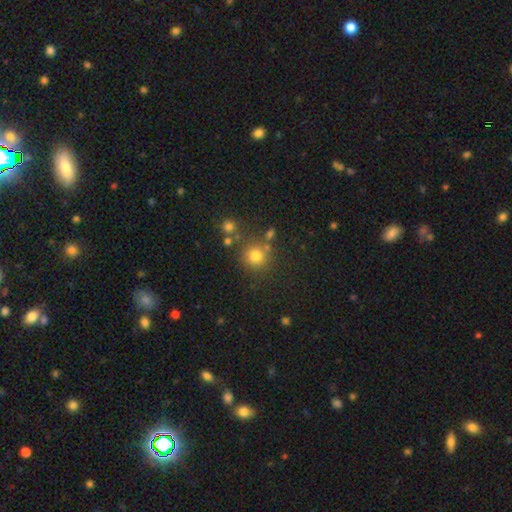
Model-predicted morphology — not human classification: Smooth or featured?
  - smooth: 77% *
  - star or artifact: 15%
  - featured or disk: 8%
How rounded?
  - round: 92% *
  - in between: 7%
  - cigar-shaped: 1%
Merging?
  - none: 75% *
  - minor disturbance: 10%
  - merger: 10%
  - major disturbance: 5%